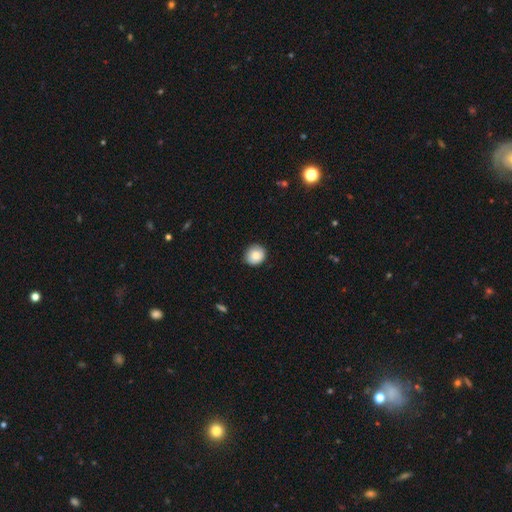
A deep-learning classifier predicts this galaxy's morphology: smooth_or_featured: smooth (p=0.82) [alt: featured or disk p=0.09]
how_rounded: round (p=0.84) [alt: in between p=0.15]
merging: none (p=0.87) [alt: minor disturbance p=0.10]